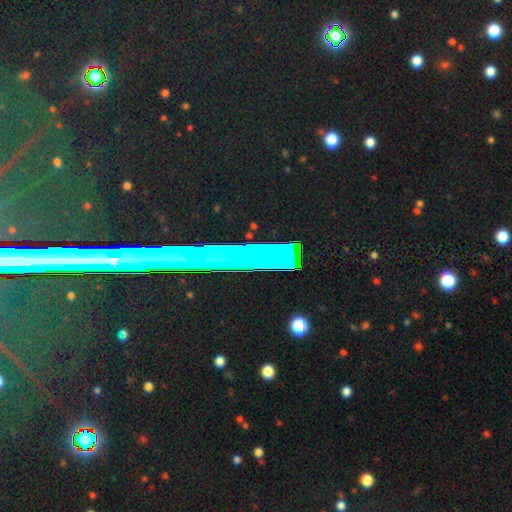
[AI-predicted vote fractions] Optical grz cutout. It shows a star or artifact, not a galaxy (64%).